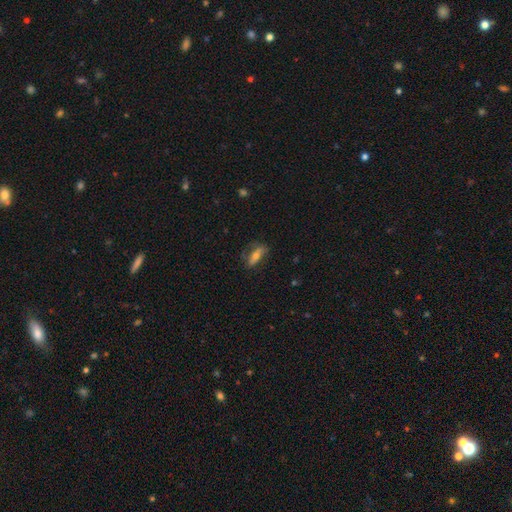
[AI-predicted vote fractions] Overall: smooth (55%; featured or disk 37%). How rounded: in between (60%; cigar-shaped 36%). Merging: none (68%).